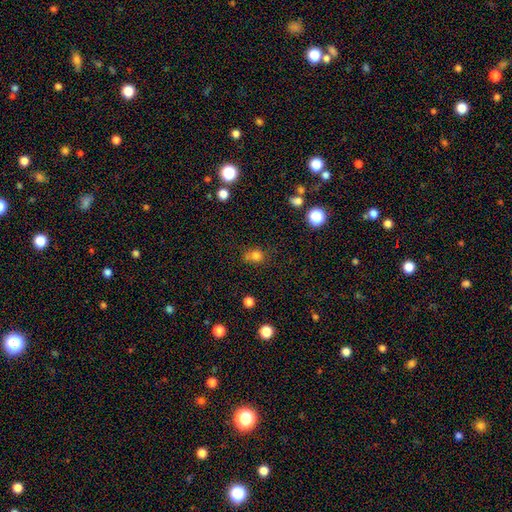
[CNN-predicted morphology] type=smooth (76%); roundness=round (77%); merging=none (58%).